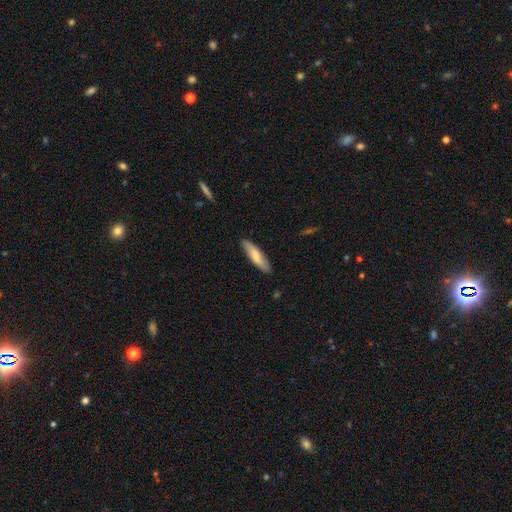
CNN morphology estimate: Smooth or featured? Predicted: smooth (p=0.73). How rounded? Predicted: cigar-shaped (p=0.71). Merging? Predicted: none (p=0.87).